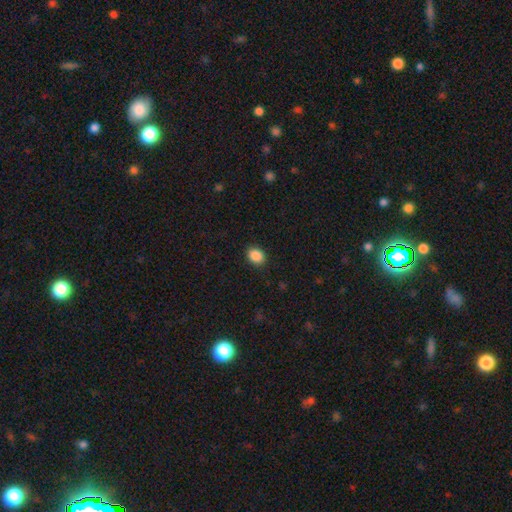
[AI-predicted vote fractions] A smooth galaxy with no disk features (88%) that is in between round and cigar-shaped (55%). Merging: none (89%).